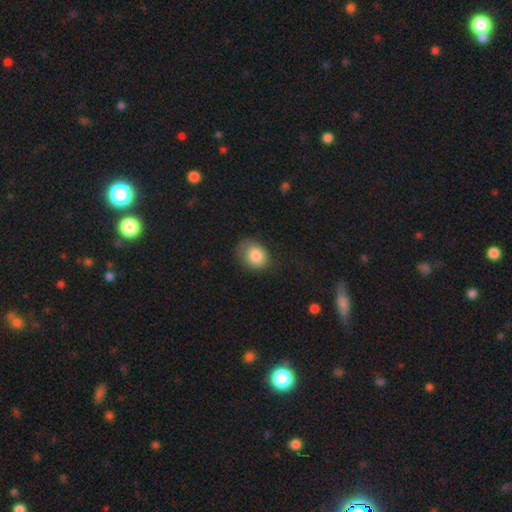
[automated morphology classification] smooth_or_featured: smooth (p=0.84) [alt: featured or disk p=0.09]
how_rounded: in between (p=0.52) [alt: round p=0.47]
merging: none (p=0.59) [alt: minor disturbance p=0.28]